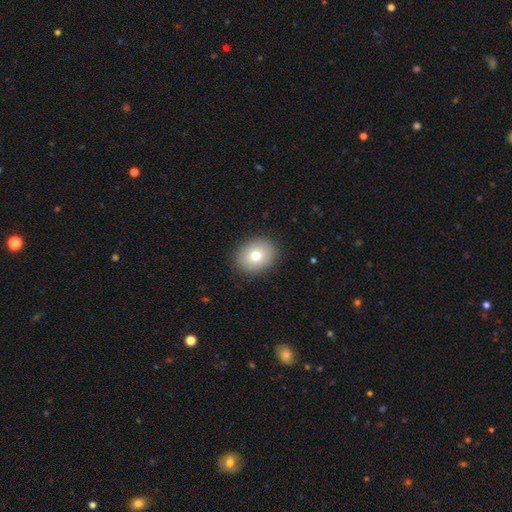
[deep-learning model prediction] Smooth or featured?
  - smooth: 76% *
  - featured or disk: 14%
  - star or artifact: 10%
How rounded?
  - round: 55% *
  - in between: 44%
  - cigar-shaped: 1%
Merging?
  - none: 89% *
  - minor disturbance: 8%
  - major disturbance: 2%
  - merger: 1%